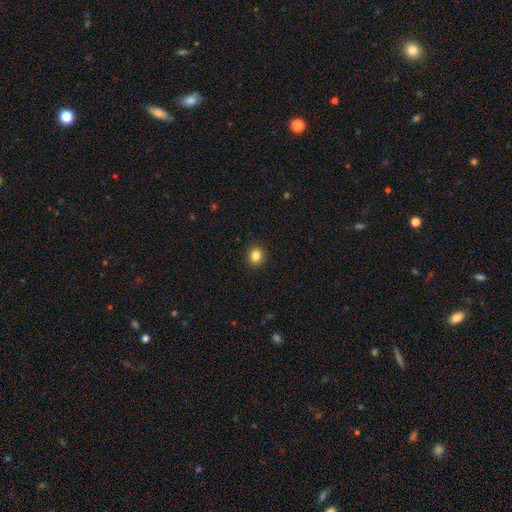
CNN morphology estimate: smooth-or-featured: smooth: 84% | star or artifact: 11% | featured or disk: 5%
  how-rounded: round: 82% | in between: 17% | cigar-shaped: 1%
  merging: none: 92% | minor disturbance: 6% | major disturbance: 2% | merger: 1%